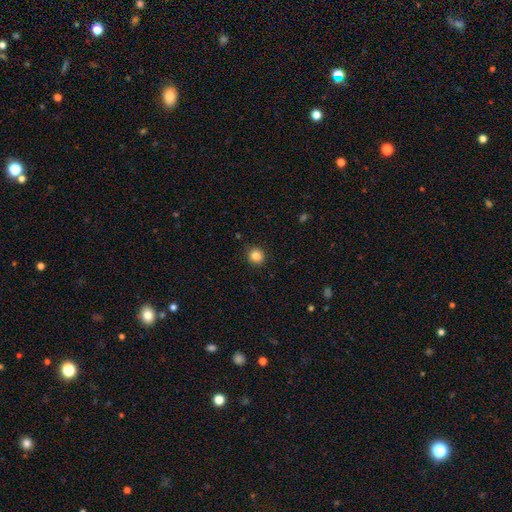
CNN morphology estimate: A smooth galaxy with no disk features (85%) that is round (88%). Merging: none (89%).